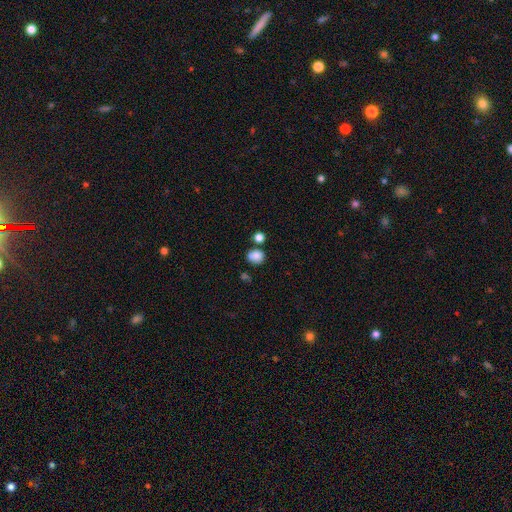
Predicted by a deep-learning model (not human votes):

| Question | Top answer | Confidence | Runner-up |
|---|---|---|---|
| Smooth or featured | smooth | 84% | star or artifact (10%) |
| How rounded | round | 68% | in between (31%) |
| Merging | none | 69% | minor disturbance (14%) |